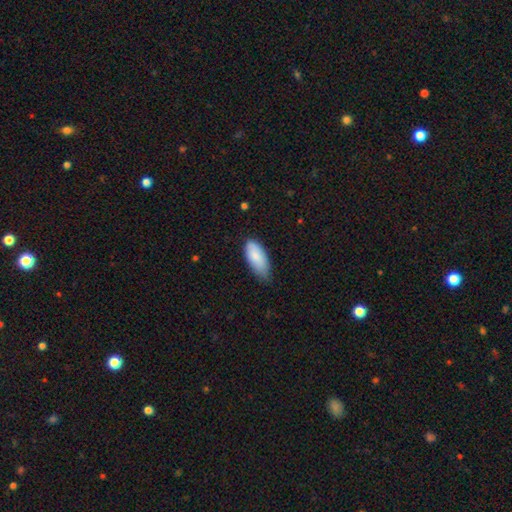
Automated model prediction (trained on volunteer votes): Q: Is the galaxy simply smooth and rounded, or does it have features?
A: smooth — 86%.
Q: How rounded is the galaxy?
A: in between — 90%.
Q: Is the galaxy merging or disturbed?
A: none — 56%.